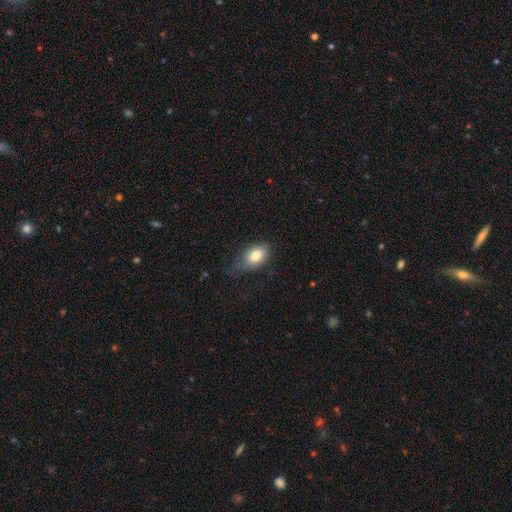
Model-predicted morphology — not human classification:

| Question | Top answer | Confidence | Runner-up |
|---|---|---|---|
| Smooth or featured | smooth | 79% | featured or disk (13%) |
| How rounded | in between | 86% | round (12%) |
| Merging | none | 52% | minor disturbance (34%) |